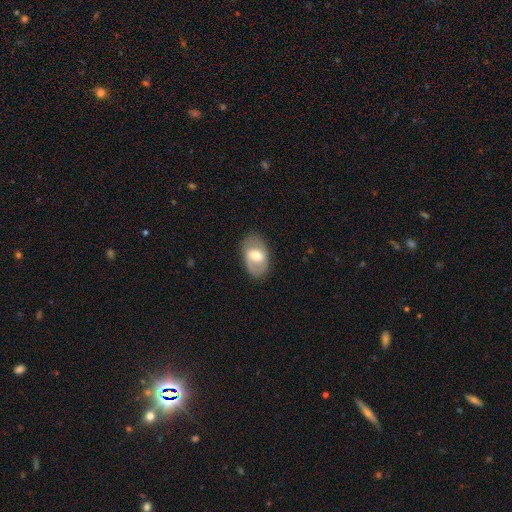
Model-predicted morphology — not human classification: Overall: featured or disk (53%; smooth 41%). Edge-on disk: no (93%). Merging: none (79%).